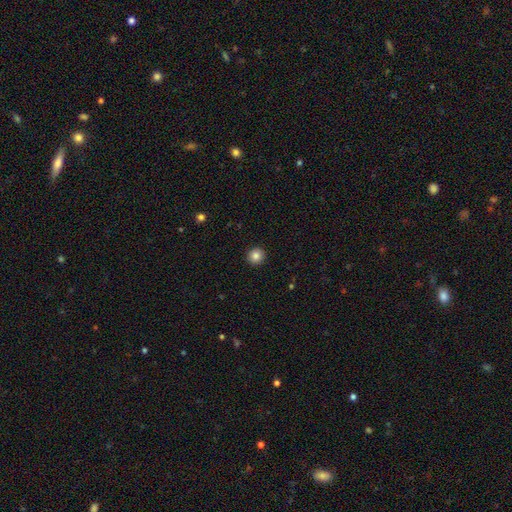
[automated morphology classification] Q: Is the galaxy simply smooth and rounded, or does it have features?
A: smooth — 85%.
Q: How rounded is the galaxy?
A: round — 94%.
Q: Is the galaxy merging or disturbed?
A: none — 93%.